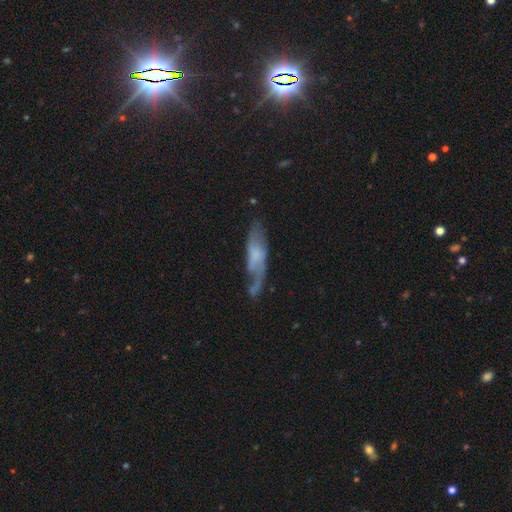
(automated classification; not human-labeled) Q: Smooth or featured?
A: featured or disk (59%); runner-up: smooth (34%)
Q: Edge-on disk?
A: no (71%); runner-up: yes (29%)
Q: Merging?
A: none (48%); runner-up: minor disturbance (27%)